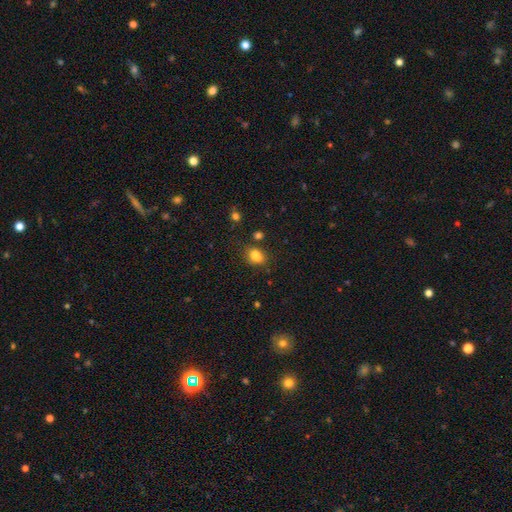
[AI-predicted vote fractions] smooth_or_featured: smooth (p=0.80) [alt: star or artifact p=0.12]
how_rounded: in between (p=0.76) [alt: round p=0.22]
merging: none (p=0.63) [alt: minor disturbance p=0.18]